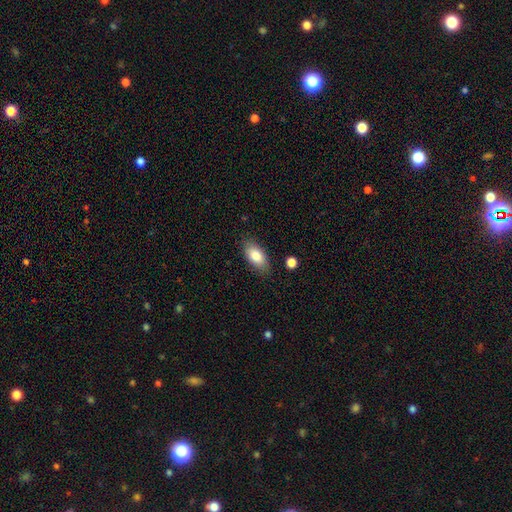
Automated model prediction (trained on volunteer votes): Overall: smooth (83%). How rounded: in between (91%). Merging: none (84%).